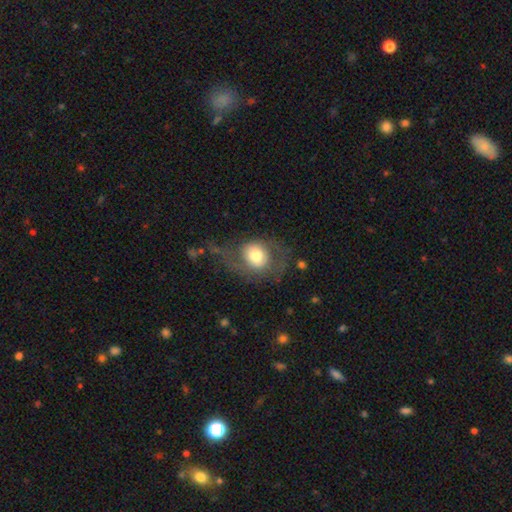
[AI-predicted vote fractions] This appears to be a smooth galaxy with no disk features (47%). Merging: none (42%).